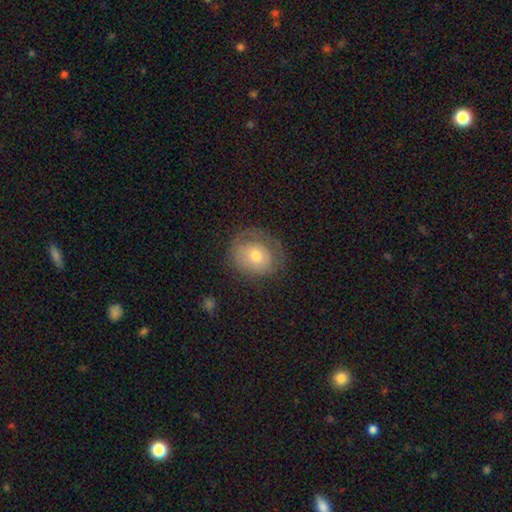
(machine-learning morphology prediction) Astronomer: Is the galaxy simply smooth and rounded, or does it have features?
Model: smooth — 54% (runner-up: featured or disk, 38%).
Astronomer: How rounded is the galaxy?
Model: round — 70%.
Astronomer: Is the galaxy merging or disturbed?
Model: none — 64%.